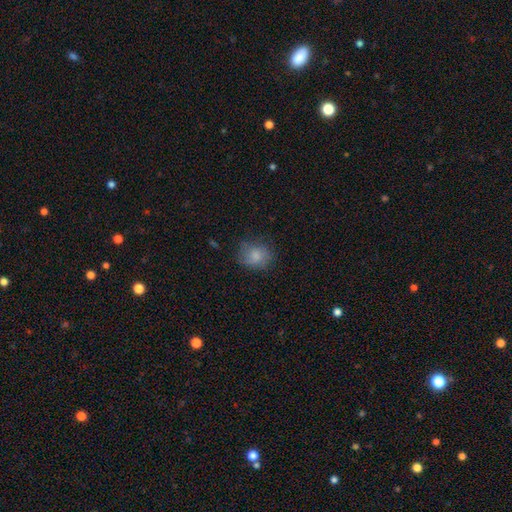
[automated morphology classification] Smooth or featured? Predicted: smooth (p=0.80). How rounded? Predicted: round (p=0.69). Merging? Predicted: none (p=0.69).